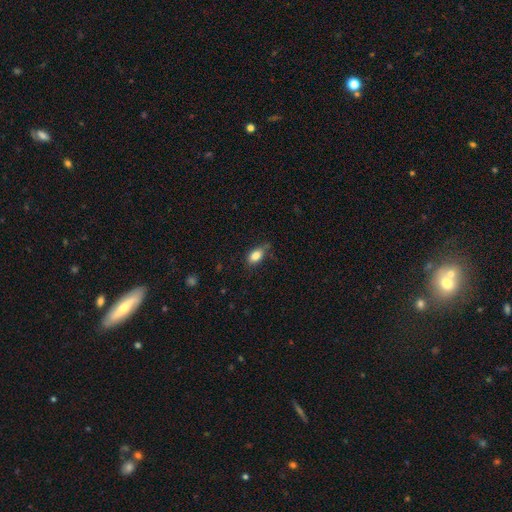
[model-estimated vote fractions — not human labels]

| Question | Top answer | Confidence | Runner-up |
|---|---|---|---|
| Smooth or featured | smooth | 84% | star or artifact (8%) |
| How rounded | in between | 87% | round (8%) |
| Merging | none | 66% | minor disturbance (26%) |